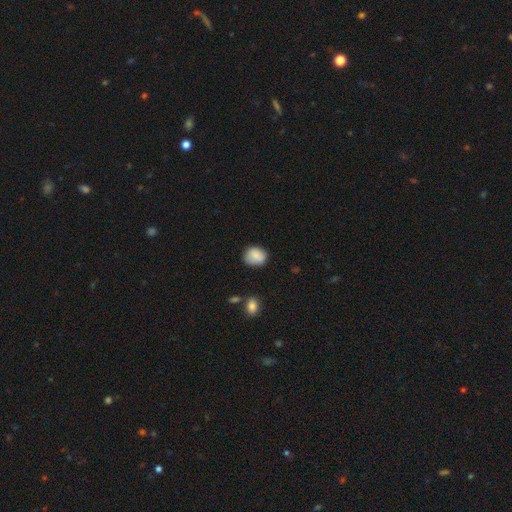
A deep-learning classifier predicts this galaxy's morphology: This is clearly a smooth galaxy (85%). How rounded: likely round (63%). Merging: likely none (71%).